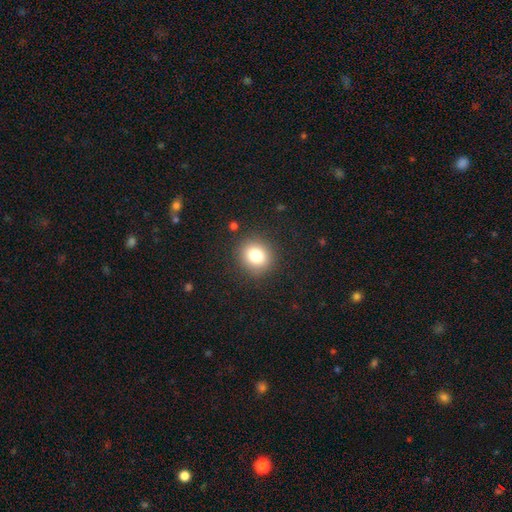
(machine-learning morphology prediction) smooth_or_featured: smooth (p=0.80) [alt: star or artifact p=0.12]
how_rounded: round (p=0.83) [alt: in between p=0.16]
merging: none (p=0.89) [alt: minor disturbance p=0.07]